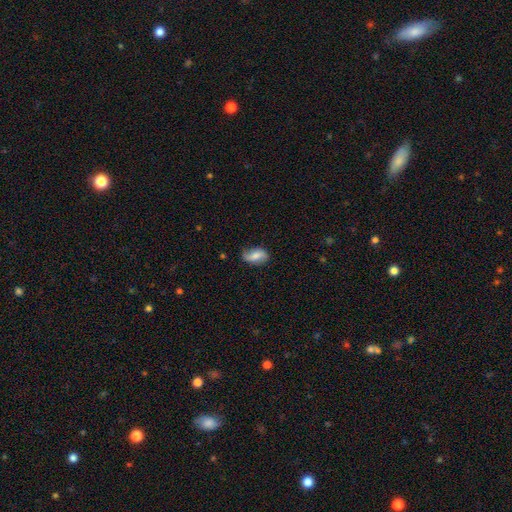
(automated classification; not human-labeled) Morphology: type=smooth (54%); roundness=in between (89%); merging=none (72%).